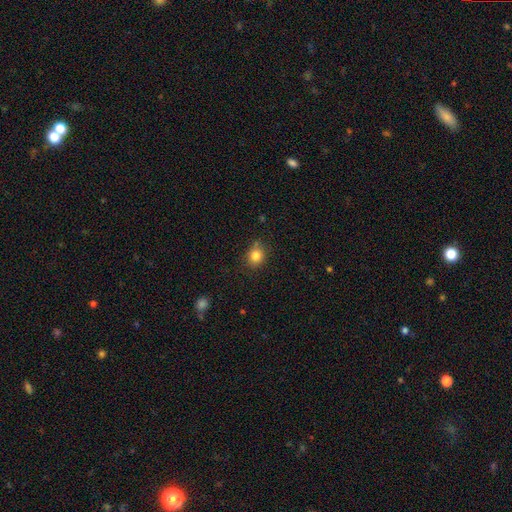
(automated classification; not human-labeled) The model was most divided on "how rounded": round: 74%, in between: 25%, cigar-shaped: 1%. More confident: smooth or featured — smooth (83%); merging — none (78%).